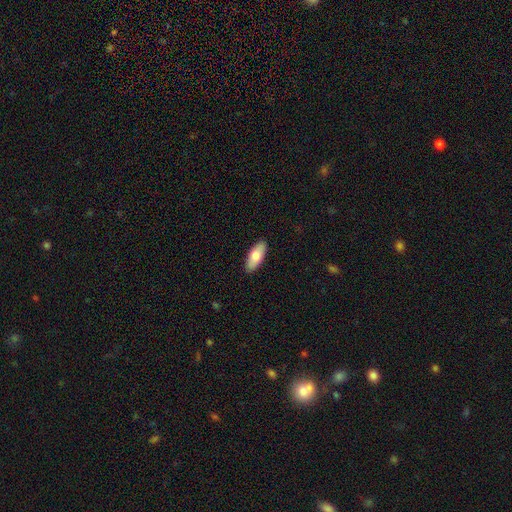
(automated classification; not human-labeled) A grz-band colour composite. It shows a smooth galaxy with no disk features (76%) that is in between round and cigar-shaped (83%). Merging: none (90%).